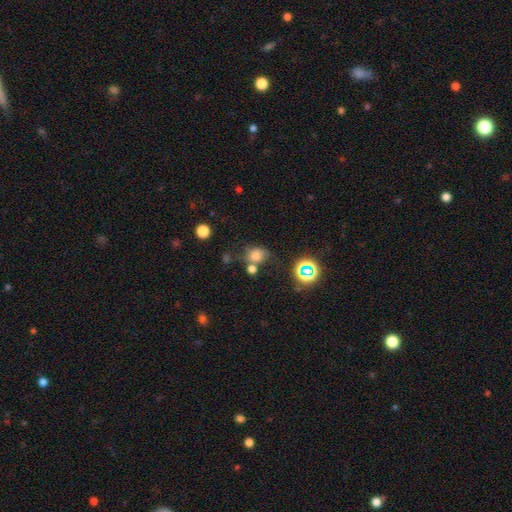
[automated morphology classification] Smooth or featured? smooth (68%)
How rounded? round (67%)
Merging? none (54%)